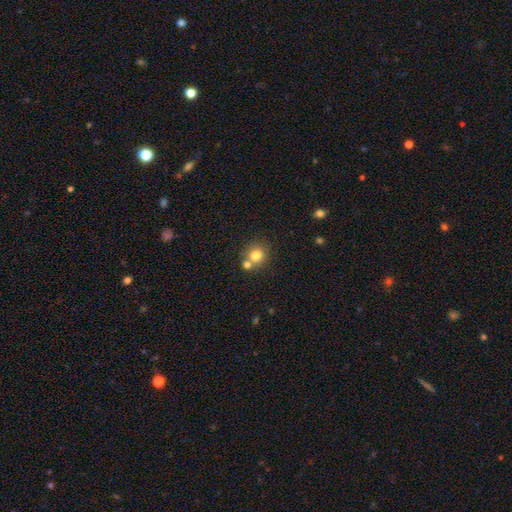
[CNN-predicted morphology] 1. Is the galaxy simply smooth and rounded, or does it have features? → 79% smooth, 12% star or artifact, 10% featured or disk.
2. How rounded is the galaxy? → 85% round, 14% in between, 1% cigar-shaped.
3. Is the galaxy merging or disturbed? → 58% none, 30% merger, 9% minor disturbance, 3% major disturbance.